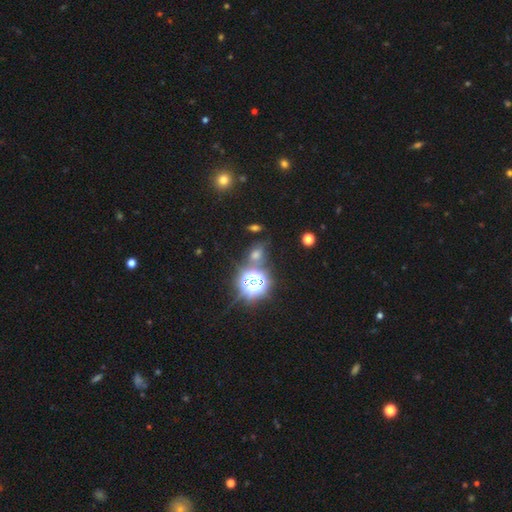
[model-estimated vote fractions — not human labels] A star or artifact, not a galaxy (54%).